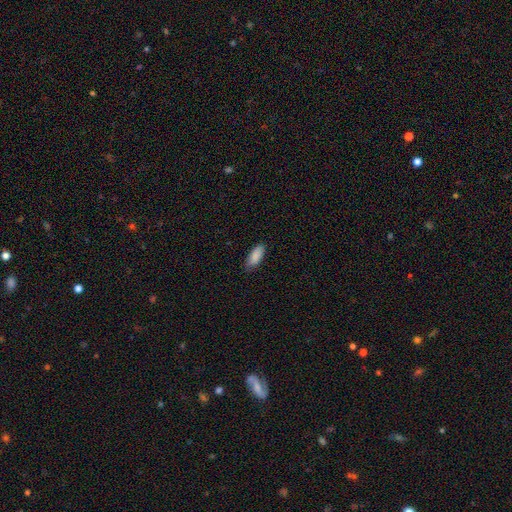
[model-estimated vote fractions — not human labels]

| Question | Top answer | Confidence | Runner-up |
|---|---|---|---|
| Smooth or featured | smooth | 89% | star or artifact (6%) |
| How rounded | in between | 78% | cigar-shaped (20%) |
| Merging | none | 78% | minor disturbance (18%) |